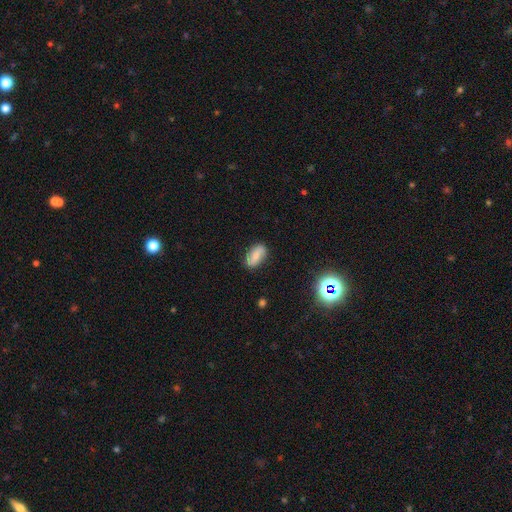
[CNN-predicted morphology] smooth_or_featured: smooth (p=0.58) [alt: featured or disk p=0.32]
how_rounded: in between (p=0.89) [alt: cigar-shaped p=0.05]
merging: none (p=0.83) [alt: minor disturbance p=0.13]